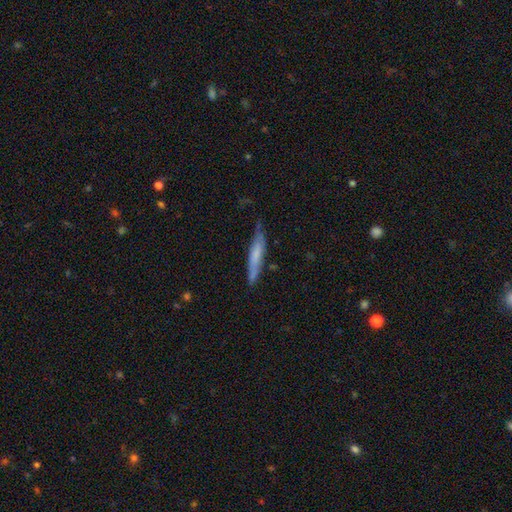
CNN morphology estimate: A smooth galaxy with no disk features (58%) that is cigar-shaped (91%). Merging: none (70%).